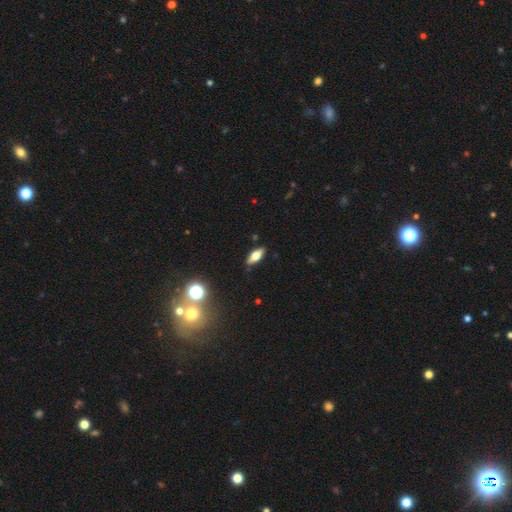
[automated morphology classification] Smooth or featured? Predicted: smooth (p=0.63). How rounded? Predicted: in between (p=0.73). Merging? Predicted: none (p=0.87).